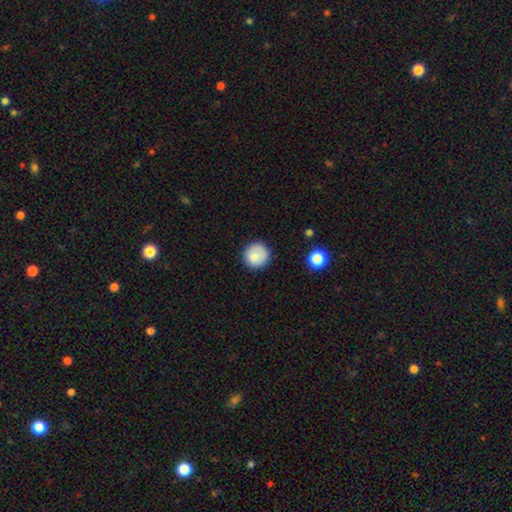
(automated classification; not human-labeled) Smooth or featured? smooth (83%)
How rounded? round (94%)
Merging? none (87%)